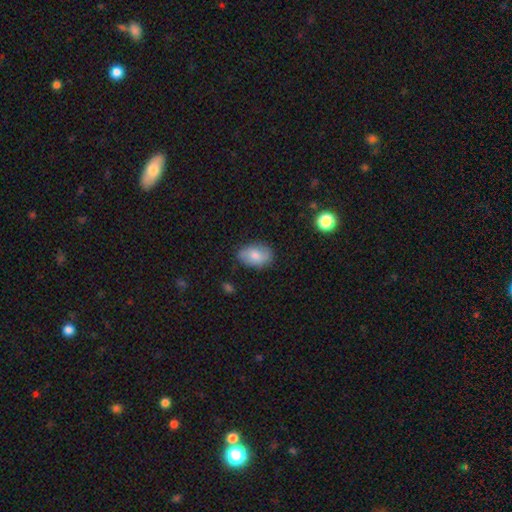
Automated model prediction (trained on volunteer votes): Q: Smooth or featured?
A: smooth (72%); runner-up: featured or disk (20%)
Q: How rounded?
A: in between (85%); runner-up: round (14%)
Q: Merging?
A: none (77%); runner-up: minor disturbance (17%)